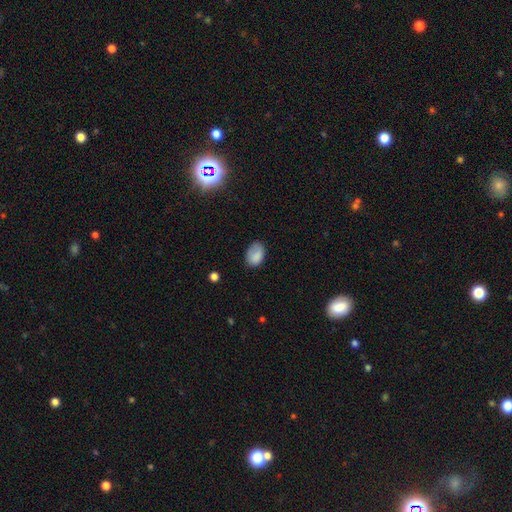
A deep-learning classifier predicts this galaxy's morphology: The model was most divided on "merging": none: 63%, minor disturbance: 27%, major disturbance: 8%, merger: 2%. More confident: how rounded — in between (84%); smooth or featured — smooth (84%).